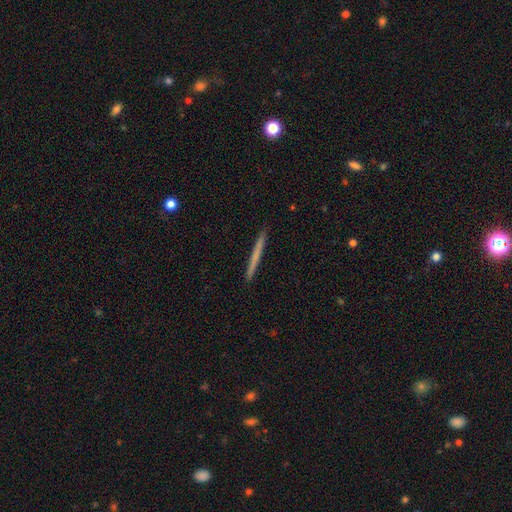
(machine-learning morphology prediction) This appears to be a smooth galaxy with no disk features (57%) that is cigar-shaped (97%). Merging: none (93%).